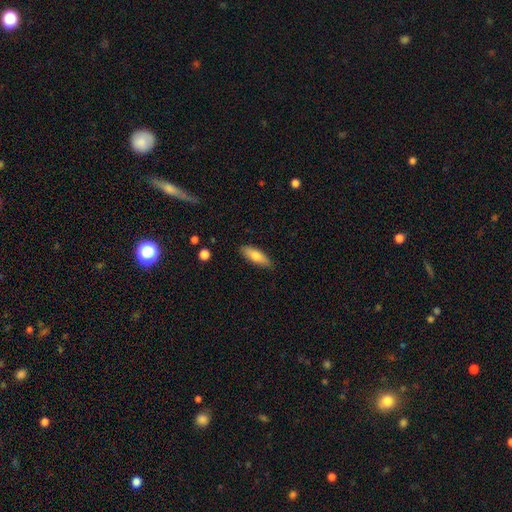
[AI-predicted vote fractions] Overall: smooth (74%). How rounded: in between (56%; cigar-shaped 41%). Merging: none (86%).